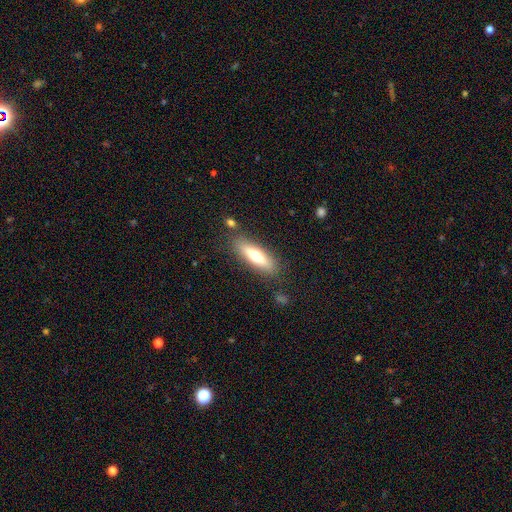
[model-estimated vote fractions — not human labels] The model was most divided on "how rounded": cigar-shaped: 59%, in between: 39%, round: 2%. More confident: merging — none (83%); smooth or featured — smooth (62%).